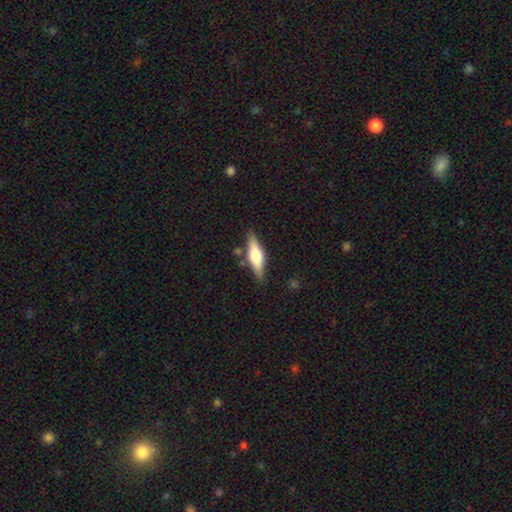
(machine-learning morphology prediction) The model was most divided on "smooth or featured": featured or disk: 53%, smooth: 41%, star or artifact: 6%. More confident: edge-on disk — yes (94%); edge-on bulge — rounded (88%); merging — none (83%).